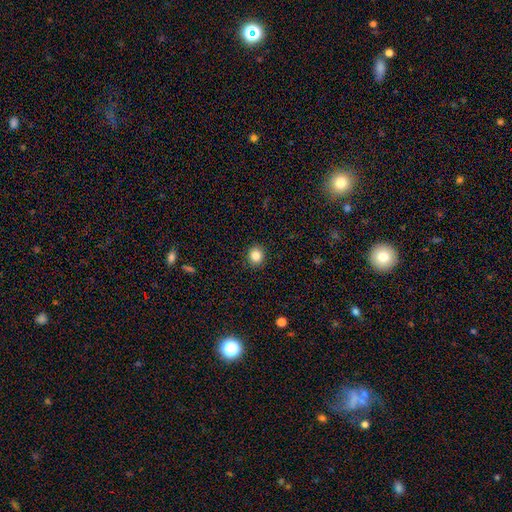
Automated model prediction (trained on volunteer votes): Overall: smooth (84%). How rounded: round (87%). Merging: none (91%).